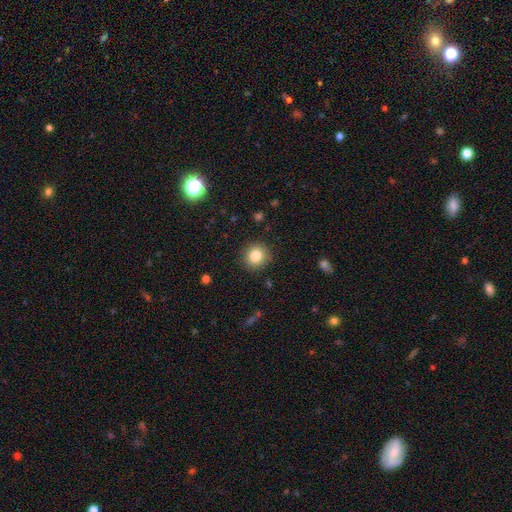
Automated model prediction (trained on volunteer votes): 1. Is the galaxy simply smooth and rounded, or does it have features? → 83% smooth, 10% star or artifact, 7% featured or disk.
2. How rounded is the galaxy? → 90% round, 10% in between, 1% cigar-shaped.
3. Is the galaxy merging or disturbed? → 90% none, 7% minor disturbance, 2% major disturbance, 1% merger.